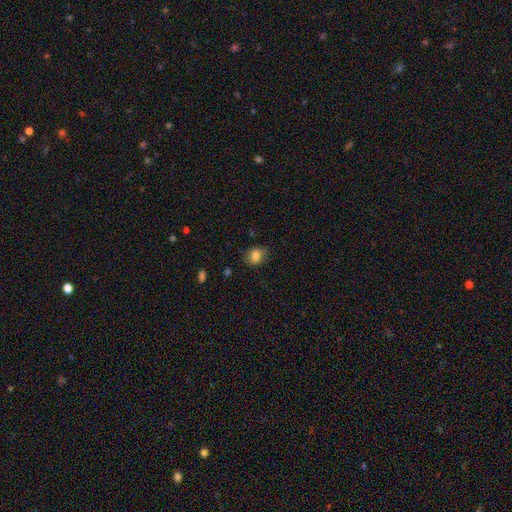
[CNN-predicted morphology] A smooth galaxy with no disk features (80%) that is in between round and cigar-shaped (61%). Merging: none (77%).